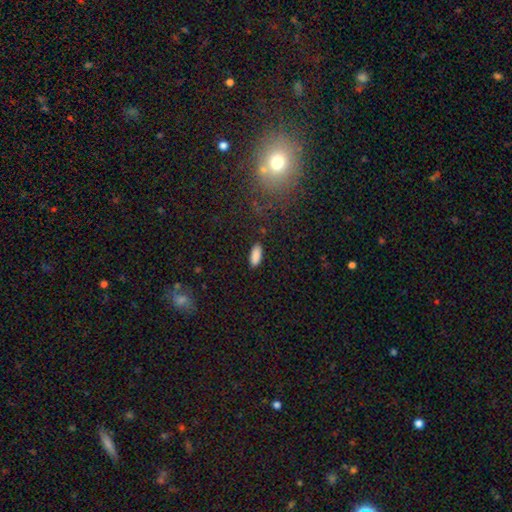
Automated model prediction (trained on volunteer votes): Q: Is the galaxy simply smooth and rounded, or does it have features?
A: smooth — 88%.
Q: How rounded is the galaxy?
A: in between — 81%.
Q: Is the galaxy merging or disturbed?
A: none — 87%.